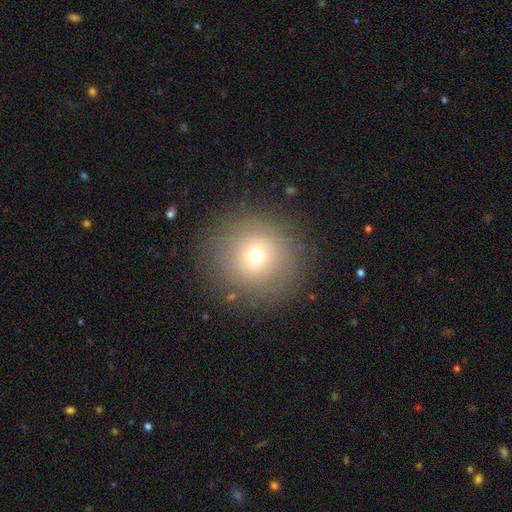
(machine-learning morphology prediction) This is likely a smooth galaxy (69%). How rounded: clearly round (94%). Merging: clearly none (86%).